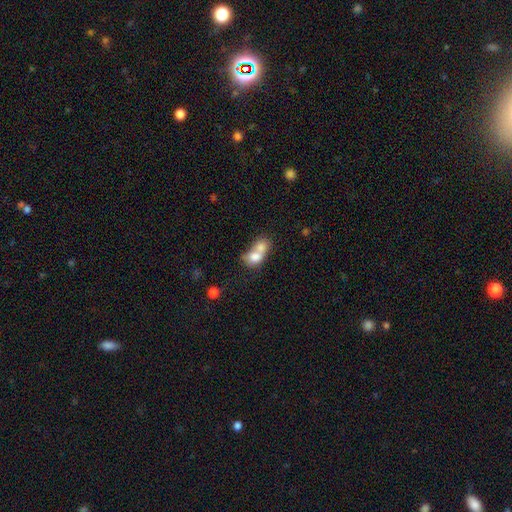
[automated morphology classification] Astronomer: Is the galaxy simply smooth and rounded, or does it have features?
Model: smooth — 73%.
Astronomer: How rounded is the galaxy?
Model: in between — 58% (runner-up: round, 40%).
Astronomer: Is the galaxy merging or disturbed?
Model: merger — 76%.